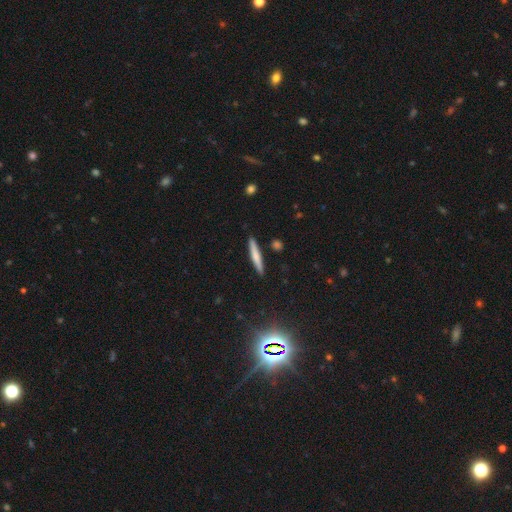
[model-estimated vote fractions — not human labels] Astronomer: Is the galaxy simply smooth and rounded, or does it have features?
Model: smooth — 63%.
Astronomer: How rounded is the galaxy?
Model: cigar-shaped — 94%.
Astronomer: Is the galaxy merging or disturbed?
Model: none — 90%.